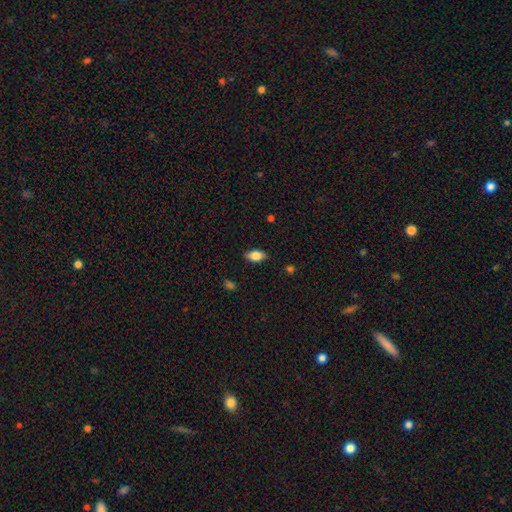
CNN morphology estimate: Q: Smooth or featured?
A: smooth (81%); runner-up: featured or disk (11%)
Q: How rounded?
A: in between (90%); runner-up: round (6%)
Q: Merging?
A: none (85%); runner-up: minor disturbance (12%)